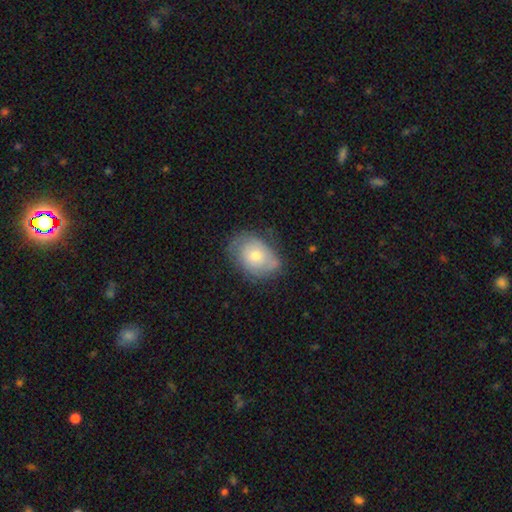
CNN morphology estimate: This is possibly a smooth galaxy (58%). How rounded: likely in between (70%). Merging: likely none (60%).